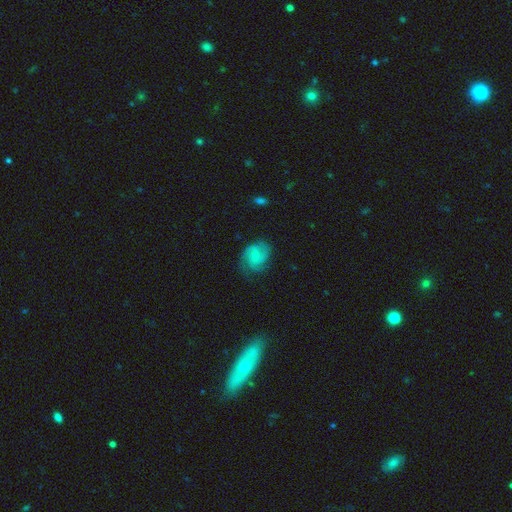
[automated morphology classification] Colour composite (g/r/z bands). It shows a featured or disk galaxy (65%) with no bar (64%), 2 (36%) medium (44%) spiral arms (92%) and a small central bulge (69%). Merging: none (66%).